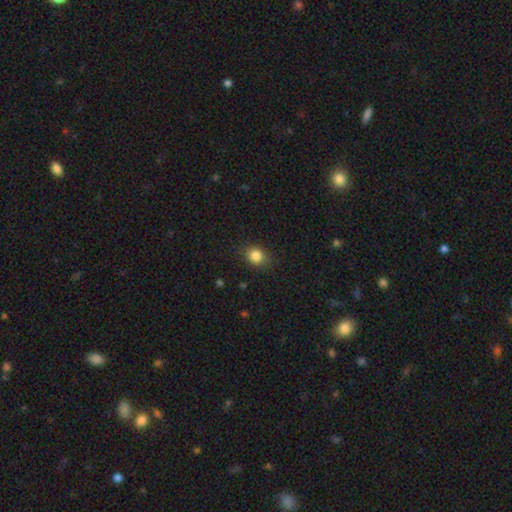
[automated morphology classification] This is clearly a smooth galaxy (84%). How rounded: likely round (65%). Merging: clearly none (84%).